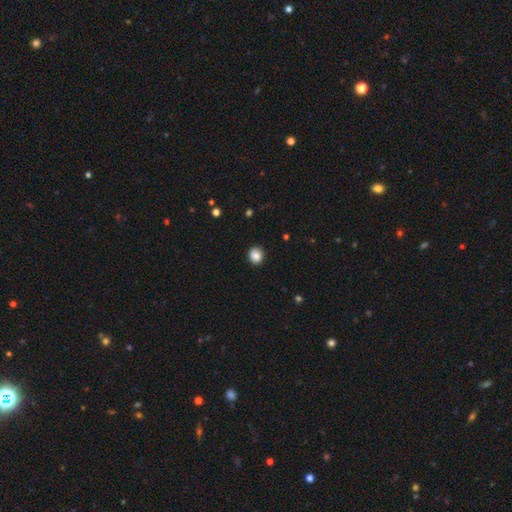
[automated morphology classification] smooth_or_featured: smooth (p=0.86) [alt: star or artifact p=0.10]
how_rounded: round (p=0.79) [alt: in between p=0.20]
merging: none (p=0.88) [alt: minor disturbance p=0.09]